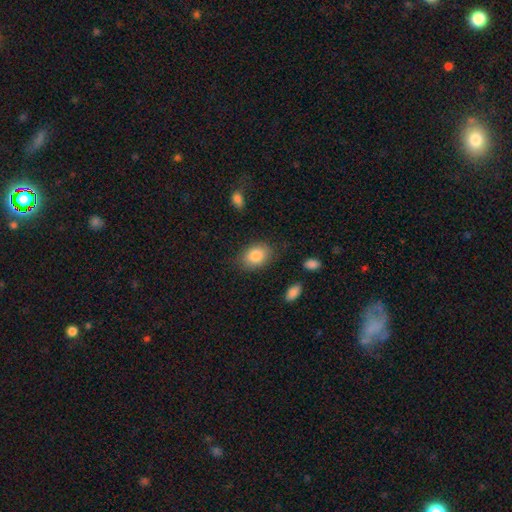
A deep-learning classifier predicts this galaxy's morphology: Smooth or featured?
  - smooth: 84% *
  - featured or disk: 8%
  - star or artifact: 8%
How rounded?
  - in between: 78% *
  - round: 20%
  - cigar-shaped: 1%
Merging?
  - none: 80% *
  - minor disturbance: 14%
  - major disturbance: 4%
  - merger: 2%